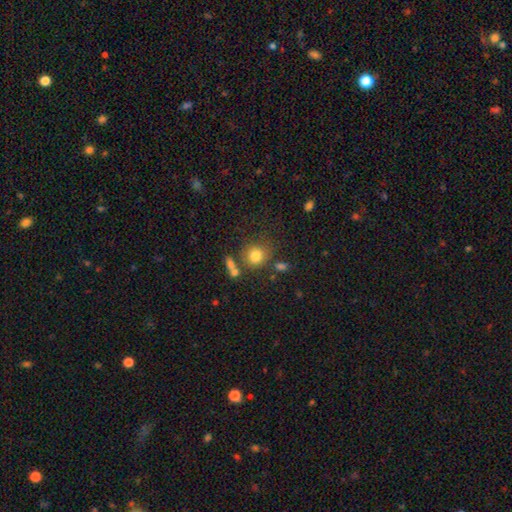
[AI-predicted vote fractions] Smooth or featured?
  - smooth: 79% *
  - star or artifact: 12%
  - featured or disk: 9%
How rounded?
  - round: 83% *
  - in between: 16%
  - cigar-shaped: 1%
Merging?
  - none: 66% *
  - minor disturbance: 14%
  - merger: 13%
  - major disturbance: 6%